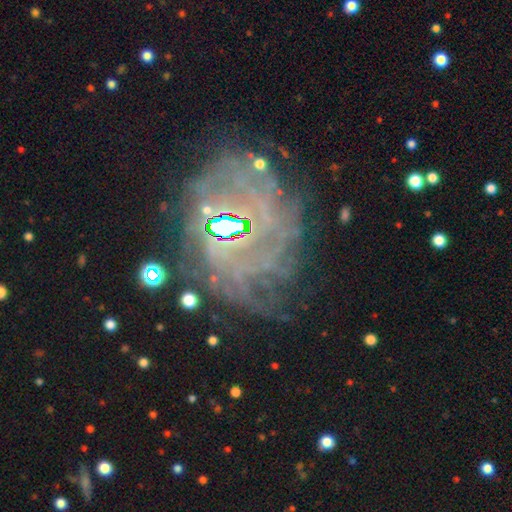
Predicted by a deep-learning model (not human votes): Smooth or featured? Predicted: featured or disk (p=0.73). Edge-on disk? Predicted: no (p=0.96). Bar? Predicted: no (p=0.63). Spiral arms? Predicted: yes (p=0.76). Spiral winding? Predicted: tight (p=0.62). Spiral arm count? Predicted: can't tell (p=0.47). Bulge size? Predicted: moderate (p=0.42). Merging? Predicted: none (p=0.60).